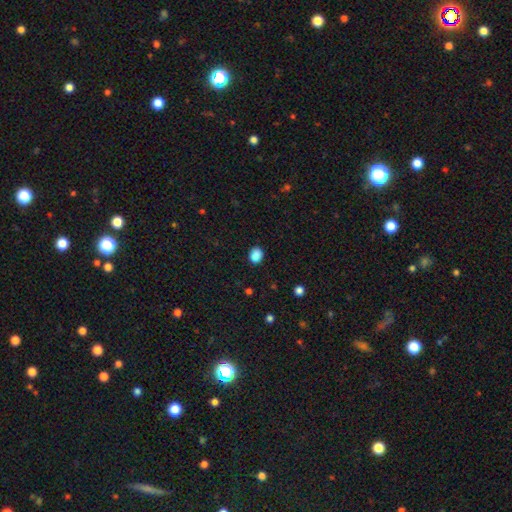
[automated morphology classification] A smooth galaxy with no disk features (87%) that is round (52%).

Vote fractions:
- Smooth or featured? smooth: 87% / star or artifact: 10% / featured or disk: 3%
- How rounded? round: 52% / in between: 47% / cigar-shaped: 1%
- Merging? none: 85% / minor disturbance: 11% / major disturbance: 2% / merger: 1%